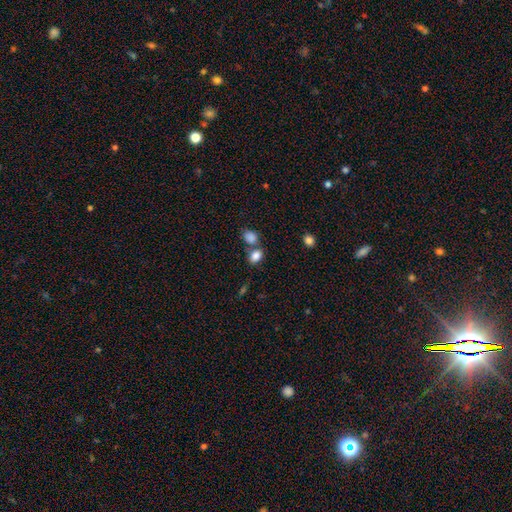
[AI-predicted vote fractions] Q: Smooth or featured?
A: smooth (84%); runner-up: star or artifact (10%)
Q: How rounded?
A: in between (71%); runner-up: round (28%)
Q: Merging?
A: none (54%); runner-up: merger (29%)